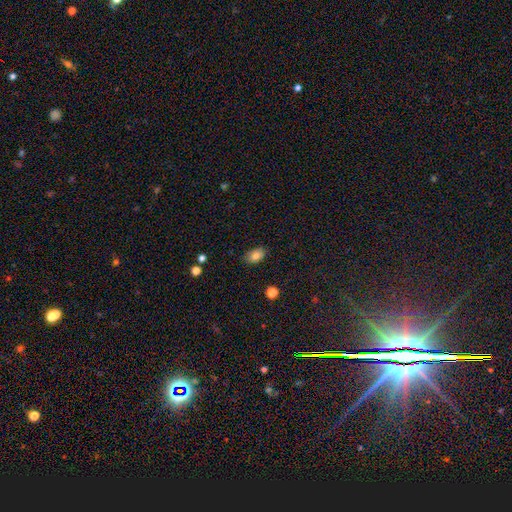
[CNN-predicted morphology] Q: Smooth or featured?
A: smooth (83%); runner-up: star or artifact (9%)
Q: How rounded?
A: in between (88%); runner-up: round (11%)
Q: Merging?
A: none (84%); runner-up: minor disturbance (12%)